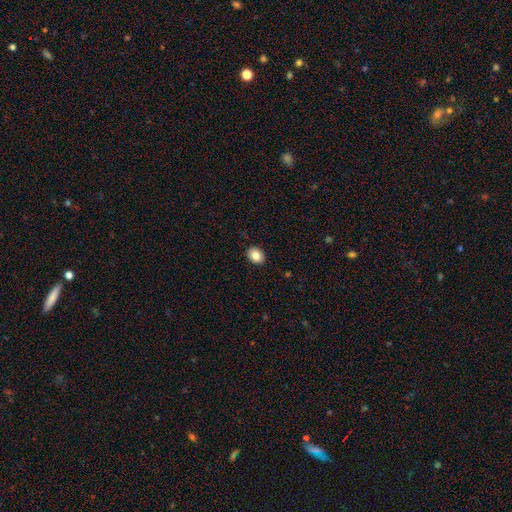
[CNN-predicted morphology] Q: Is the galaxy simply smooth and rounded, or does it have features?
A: smooth — 84%.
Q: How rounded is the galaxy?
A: round — 51%.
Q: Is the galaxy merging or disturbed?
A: none — 91%.